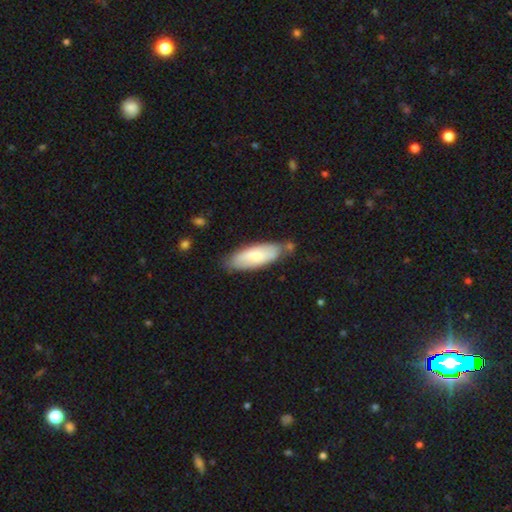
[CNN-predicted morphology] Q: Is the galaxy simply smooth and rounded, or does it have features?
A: smooth — 63%.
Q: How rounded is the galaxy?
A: in between — 67%.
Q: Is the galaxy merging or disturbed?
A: none — 69%.